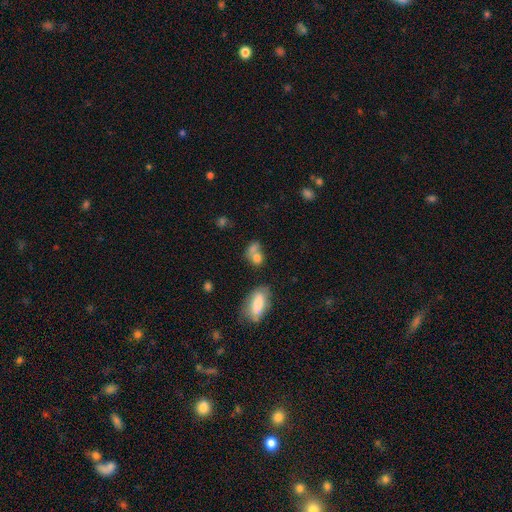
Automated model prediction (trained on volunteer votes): Smooth or featured? smooth (74%)
How rounded? in between (55%)
Merging? merger (49%)